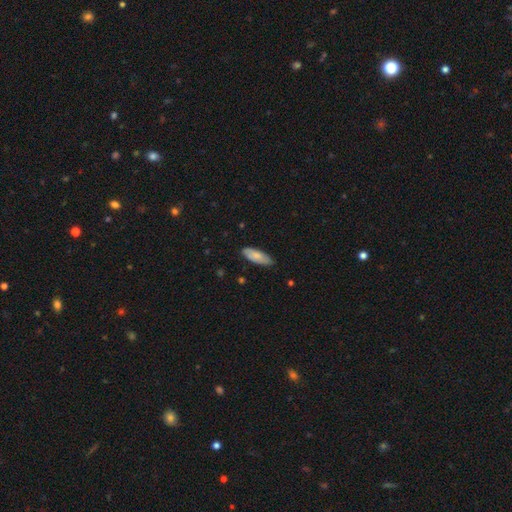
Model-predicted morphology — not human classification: Smooth or featured? smooth (76%)
How rounded? in between (73%)
Merging? none (82%)